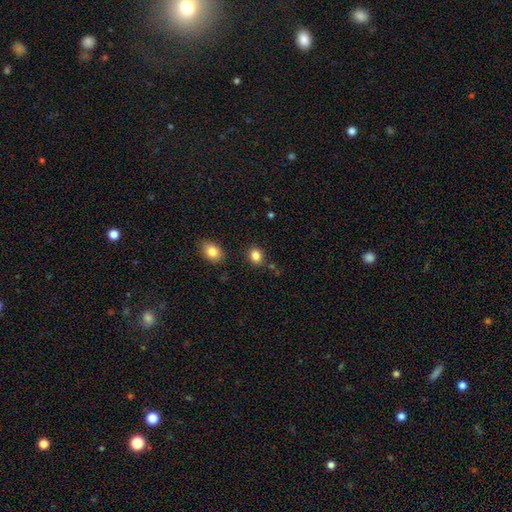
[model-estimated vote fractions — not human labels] Smooth or featured? smooth (84%)
How rounded? round (58%)
Merging? none (83%)